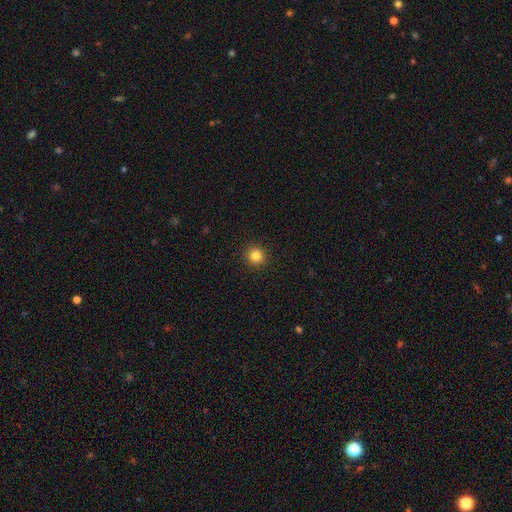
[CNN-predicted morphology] smooth 83%, star or artifact 12%, featured or disk 5%. Down the decision tree: how rounded — round (93%); merging — none (93%).